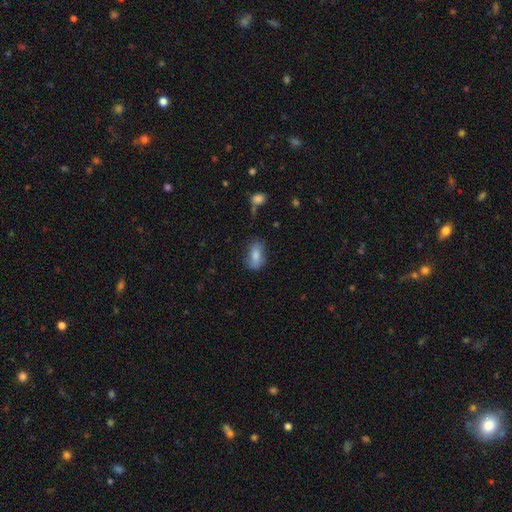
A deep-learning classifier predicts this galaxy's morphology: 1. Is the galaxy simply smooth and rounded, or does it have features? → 81% smooth, 11% featured or disk, 8% star or artifact.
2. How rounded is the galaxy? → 87% in between, 7% round, 6% cigar-shaped.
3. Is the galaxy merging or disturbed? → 69% none, 22% minor disturbance, 6% major disturbance, 2% merger.